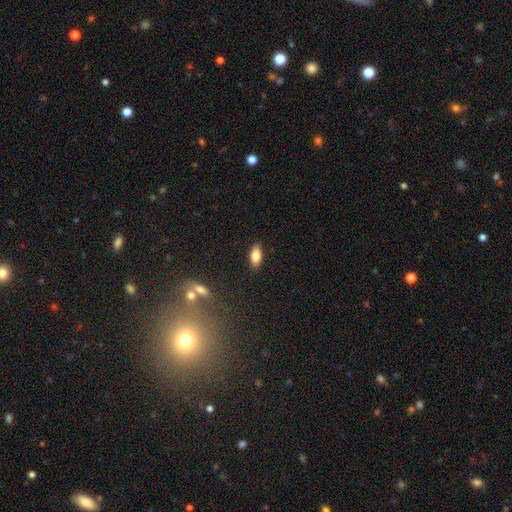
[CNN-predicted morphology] smooth_or_featured: smooth (p=0.81) [alt: featured or disk p=0.11]
how_rounded: in between (p=0.87) [alt: cigar-shaped p=0.10]
merging: none (p=0.88) [alt: minor disturbance p=0.08]